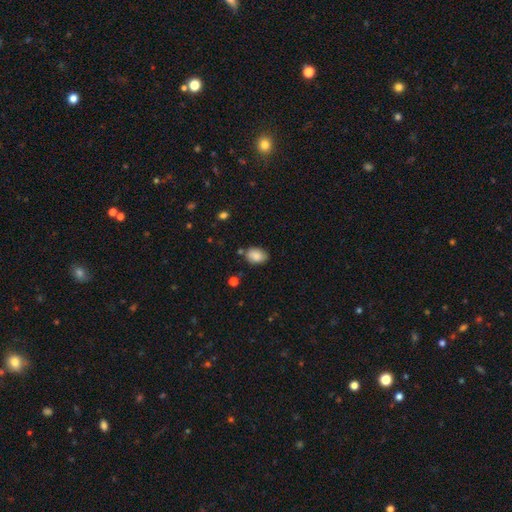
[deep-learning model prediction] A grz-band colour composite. It shows a smooth galaxy with no disk features (85%) that is in between round and cigar-shaped (81%). Merging: none (73%).